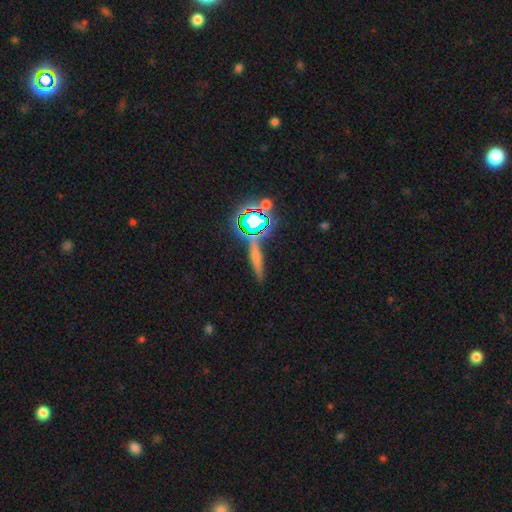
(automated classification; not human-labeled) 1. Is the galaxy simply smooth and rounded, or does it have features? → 37% star or artifact, 36% smooth, 27% featured or disk.